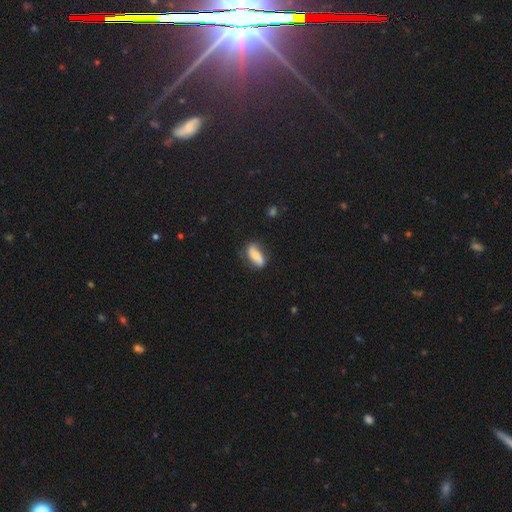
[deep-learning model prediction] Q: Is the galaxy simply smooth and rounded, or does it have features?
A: smooth — 55%.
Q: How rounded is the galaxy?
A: in between — 72%.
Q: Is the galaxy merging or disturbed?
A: none — 69%.